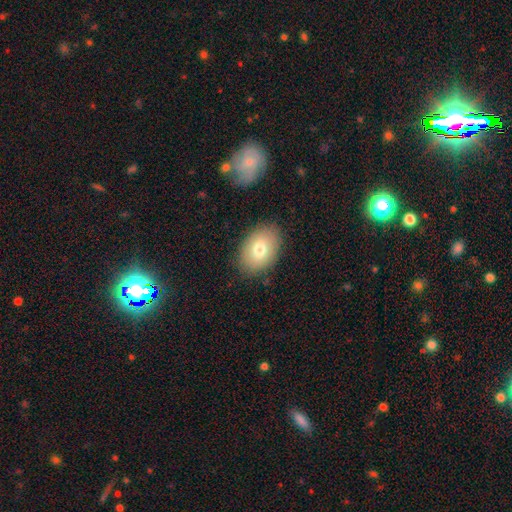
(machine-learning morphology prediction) This appears to be a smooth galaxy with no disk features (76%) that is in between round and cigar-shaped (84%). Merging: none (85%).